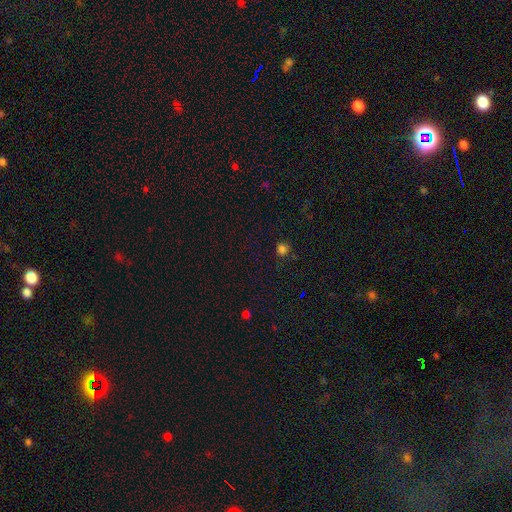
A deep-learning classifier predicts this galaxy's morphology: Q: Smooth or featured?
A: smooth (54%); runner-up: star or artifact (40%)
Q: How rounded?
A: round (88%); runner-up: in between (10%)
Q: Merging?
A: none (82%); runner-up: minor disturbance (10%)